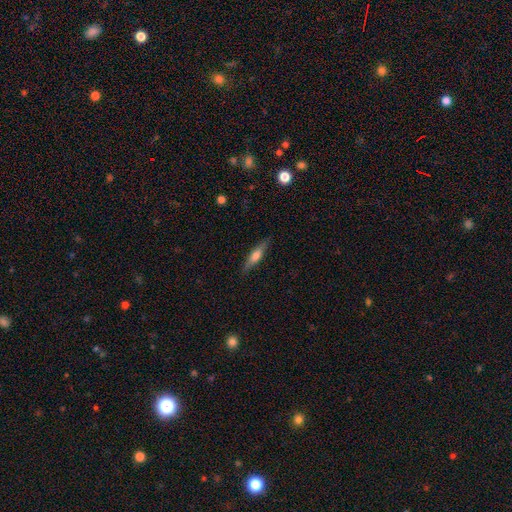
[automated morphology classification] The model was most divided on "smooth or featured": smooth: 48%, featured or disk: 46%, star or artifact: 6%. More confident: merging — none (86%).